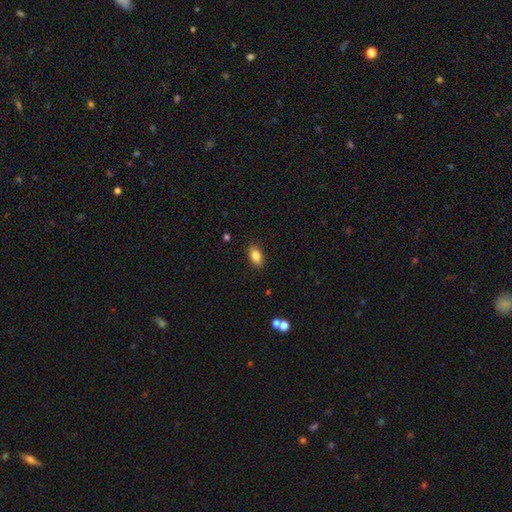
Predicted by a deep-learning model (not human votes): smooth-or-featured: smooth: 83% | featured or disk: 9% | star or artifact: 8%
  how-rounded: in between: 87% | round: 10% | cigar-shaped: 3%
  merging: none: 88% | minor disturbance: 9% | major disturbance: 2% | merger: 1%